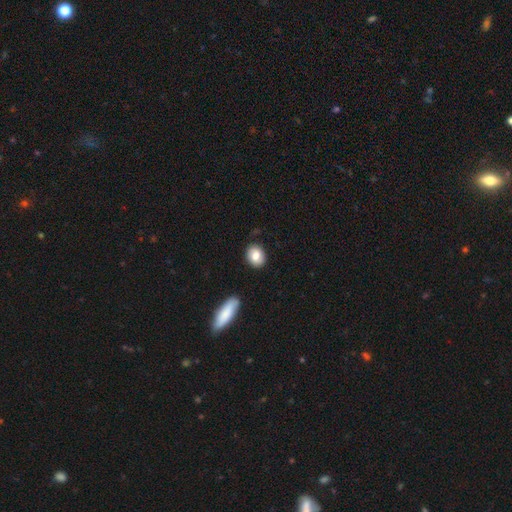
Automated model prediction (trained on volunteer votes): Morphology: type=smooth (81%); roundness=in between (52%); merging=none (86%).